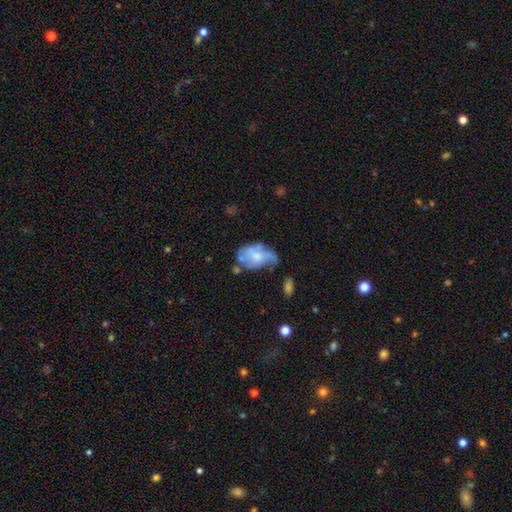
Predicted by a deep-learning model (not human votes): A featured or disk galaxy (48%). Merging: none (32%).